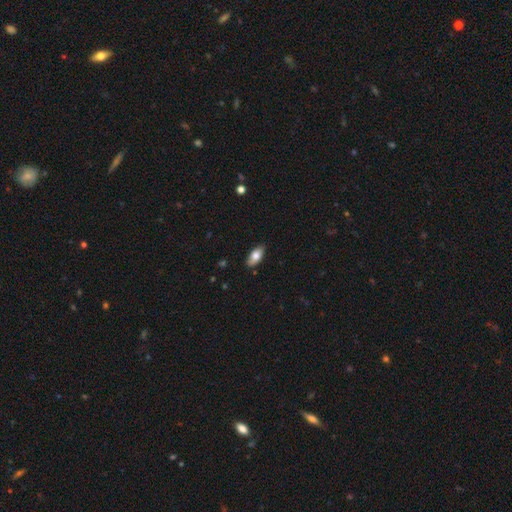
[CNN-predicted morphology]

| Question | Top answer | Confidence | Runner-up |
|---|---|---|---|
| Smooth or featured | smooth | 76% | featured or disk (17%) |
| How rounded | in between | 89% | cigar-shaped (8%) |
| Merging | none | 86% | minor disturbance (11%) |